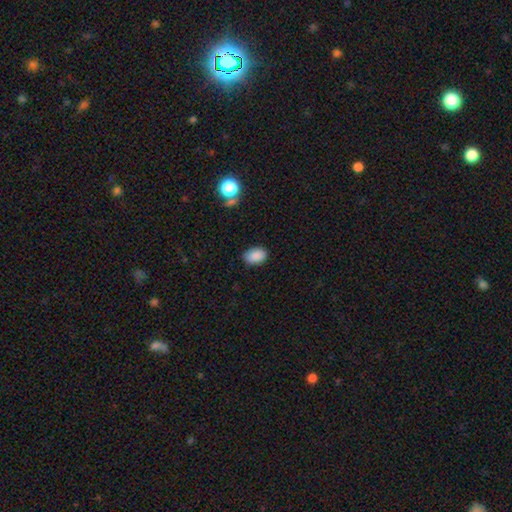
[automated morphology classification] Overall: smooth (87%). How rounded: in between (83%). Merging: none (79%).